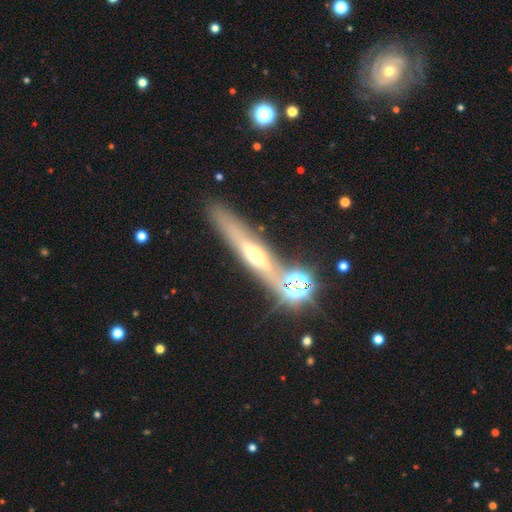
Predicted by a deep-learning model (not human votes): Overall: featured or disk (57%; smooth 24%). Edge-on disk: yes (86%). Merging: none (78%).